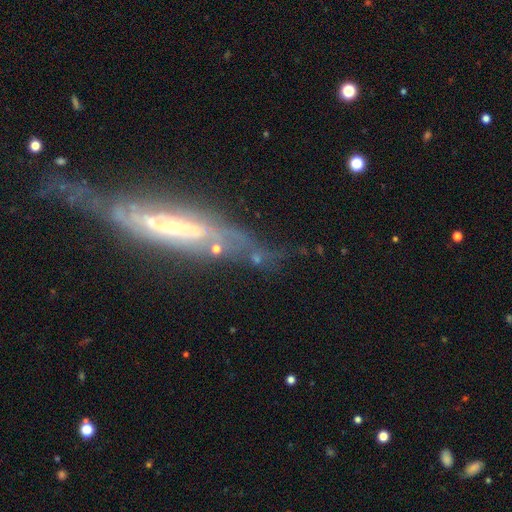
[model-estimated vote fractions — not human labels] Smooth or featured? featured or disk (75%)
Edge-on disk? yes (51%)
Merging? none (61%)